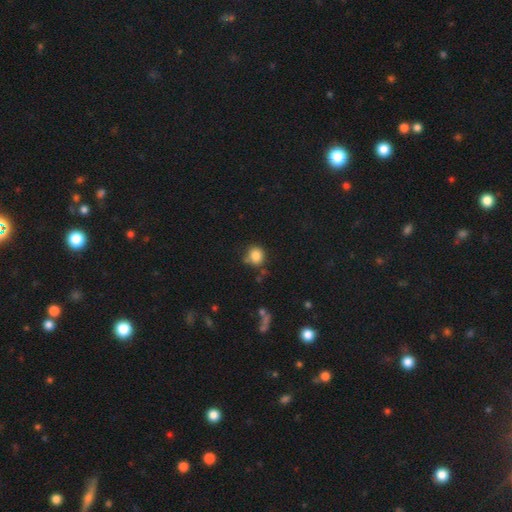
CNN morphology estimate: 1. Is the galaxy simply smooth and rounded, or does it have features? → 85% smooth, 10% star or artifact, 5% featured or disk.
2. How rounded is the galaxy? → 85% round, 14% in between, 1% cigar-shaped.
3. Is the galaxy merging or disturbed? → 72% none, 16% minor disturbance, 7% merger, 4% major disturbance.